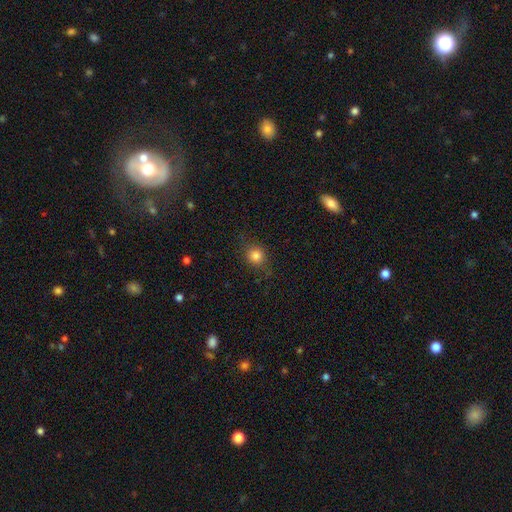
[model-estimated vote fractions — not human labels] Overall: smooth (80%). How rounded: round (80%). Merging: none (78%).